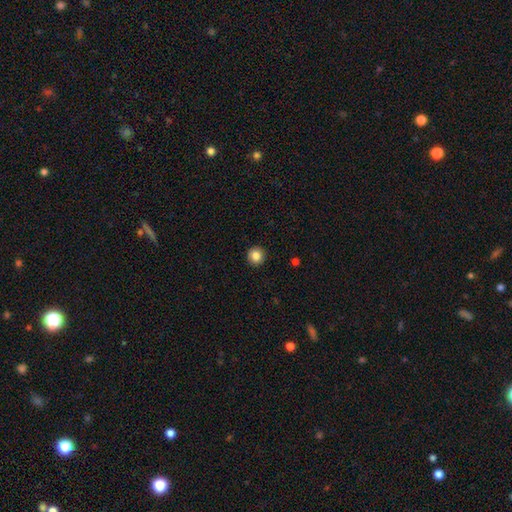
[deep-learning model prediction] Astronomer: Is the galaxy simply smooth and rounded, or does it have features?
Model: smooth — 85%.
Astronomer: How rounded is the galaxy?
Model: round — 94%.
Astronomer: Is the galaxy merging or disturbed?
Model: none — 93%.